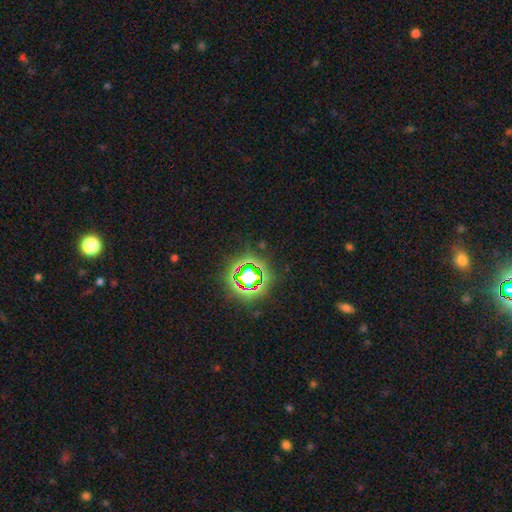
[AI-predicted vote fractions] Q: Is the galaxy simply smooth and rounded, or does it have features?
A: star or artifact — 80%.